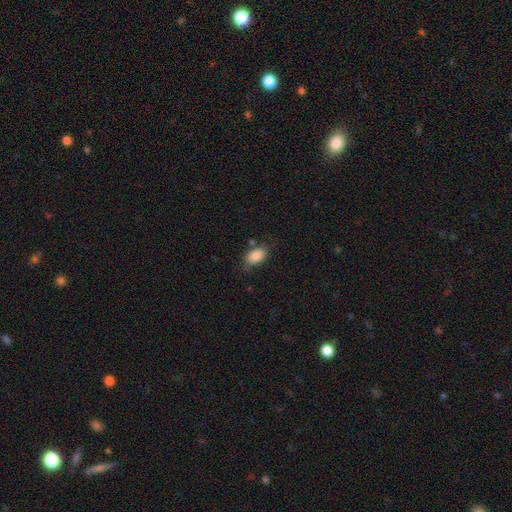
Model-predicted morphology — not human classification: This is clearly a smooth galaxy (86%). How rounded: clearly in between (90%). Merging: likely none (68%).